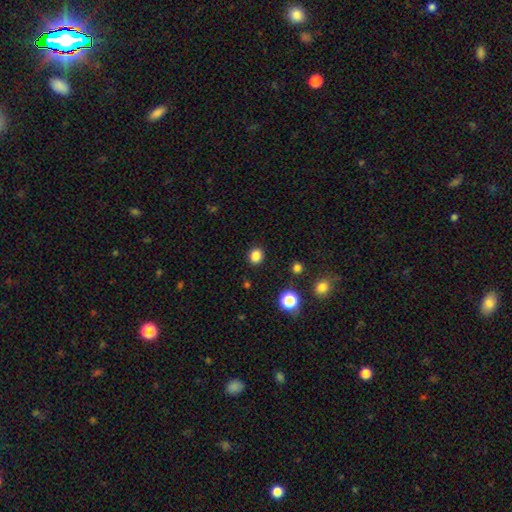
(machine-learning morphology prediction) The model was most divided on "how rounded": round: 79%, in between: 20%, cigar-shaped: 1%. More confident: merging — none (91%); smooth or featured — smooth (84%).